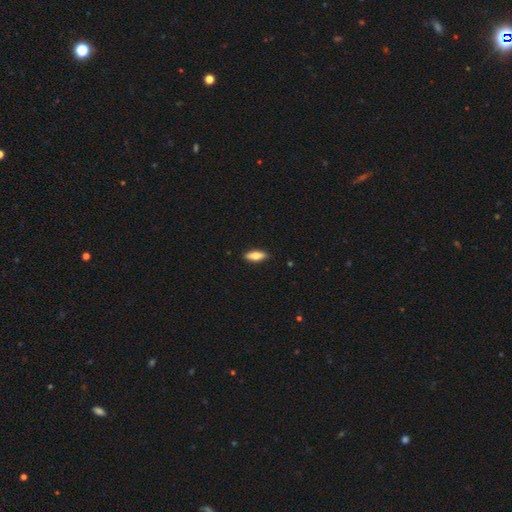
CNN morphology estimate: Smooth or featured? Predicted: smooth (p=0.67). How rounded? Predicted: in between (p=0.63). Merging? Predicted: none (p=0.89).